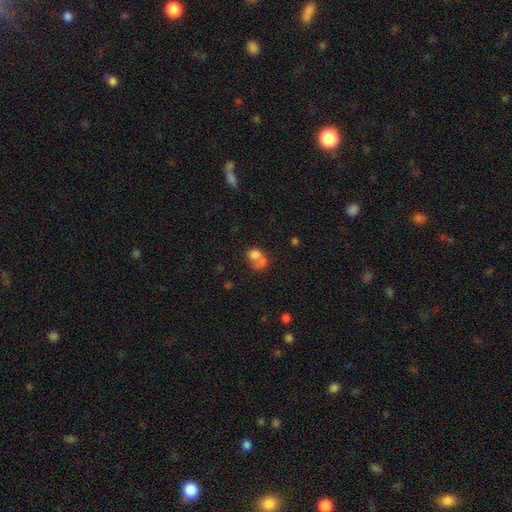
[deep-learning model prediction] A smooth galaxy with no disk features (67%) that is round (53%). Merging: merger (45%).